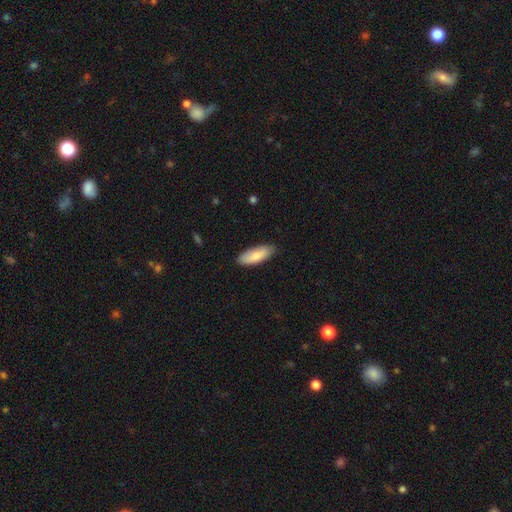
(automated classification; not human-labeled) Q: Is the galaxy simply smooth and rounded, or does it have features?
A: smooth — 82%.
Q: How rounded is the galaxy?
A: in between — 68%.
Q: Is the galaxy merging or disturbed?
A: none — 84%.